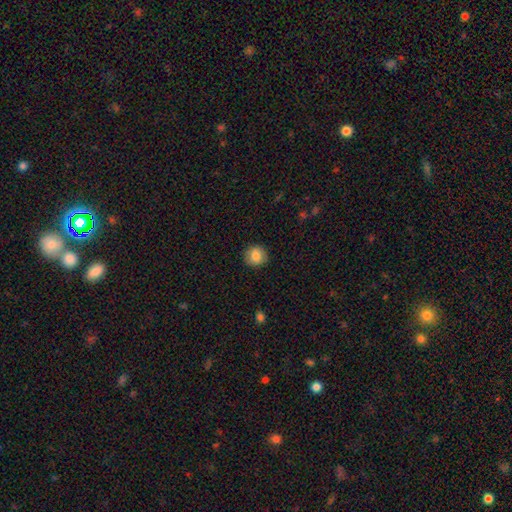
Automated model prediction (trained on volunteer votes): The model was most divided on "smooth or featured": smooth: 84%, star or artifact: 9%, featured or disk: 7%. More confident: how rounded — round (92%); merging — none (89%).